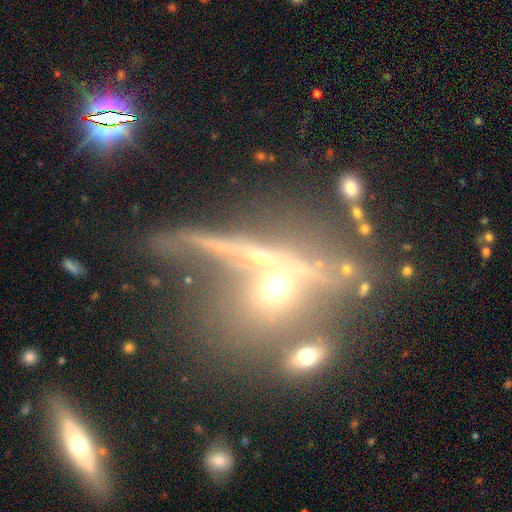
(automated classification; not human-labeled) Morphology: type=featured or disk (52%); edge-on=yes (62%); merging=none (43%).